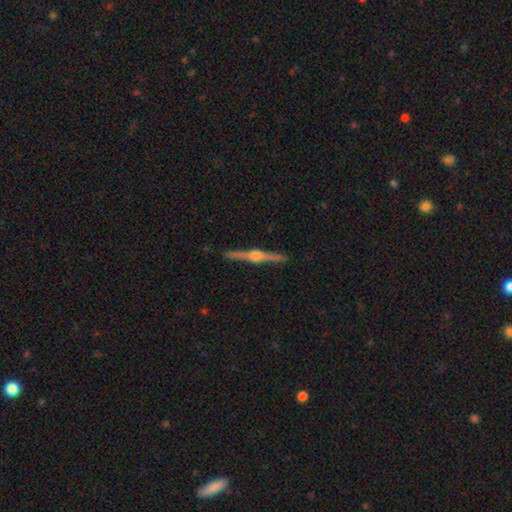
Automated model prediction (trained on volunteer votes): Overall: featured or disk (86%). Edge-on disk: yes (99%). Edge-on bulge: rounded (94%). Merging: none (93%).